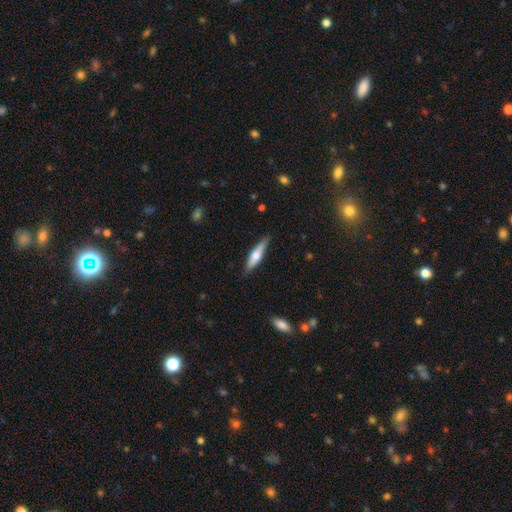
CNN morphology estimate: Smooth or featured? featured or disk (52%)
Edge-on disk? yes (94%)
Merging? none (85%)